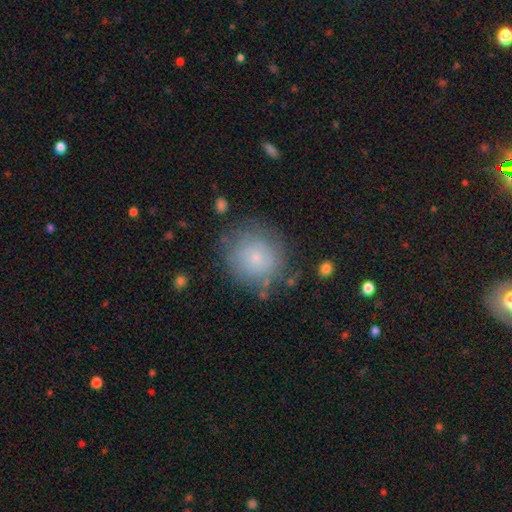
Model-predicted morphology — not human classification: This appears to be a smooth galaxy with no disk features (64%) that is round (89%). Merging: none (72%).